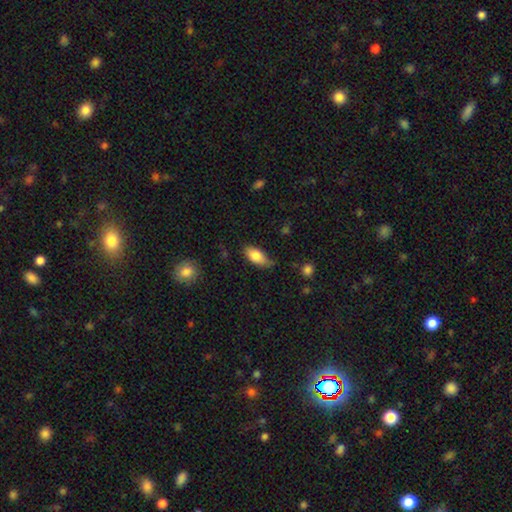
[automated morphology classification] This is likely a smooth galaxy (80%). How rounded: clearly in between (89%). Merging: likely none (65%).